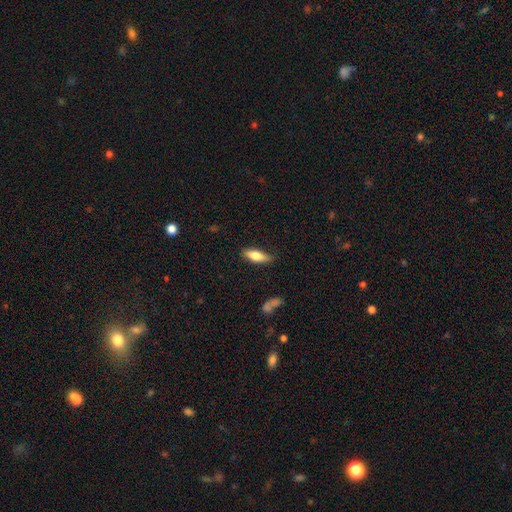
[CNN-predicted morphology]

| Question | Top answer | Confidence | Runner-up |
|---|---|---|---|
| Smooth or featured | smooth | 72% | featured or disk (22%) |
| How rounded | in between | 58% | cigar-shaped (39%) |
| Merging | none | 79% | minor disturbance (16%) |